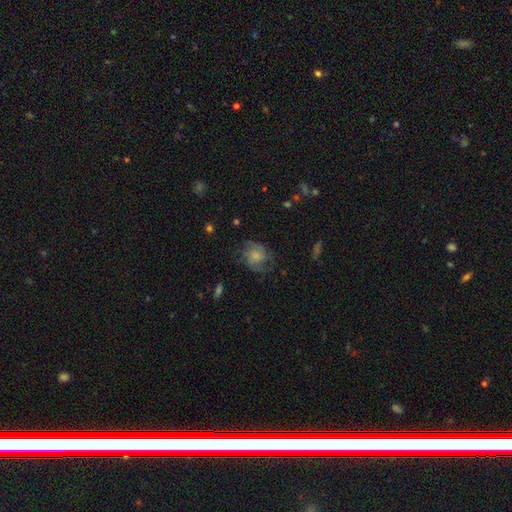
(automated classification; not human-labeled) Smooth or featured?
  - featured or disk: 47% *
  - smooth: 44%
  - star or artifact: 9%
Merging?
  - none: 56% *
  - minor disturbance: 24%
  - major disturbance: 19%
  - merger: 1%